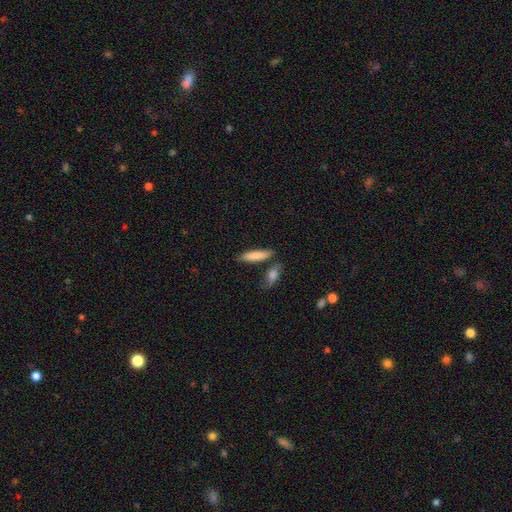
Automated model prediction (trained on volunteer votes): Overall: smooth (84%). How rounded: cigar-shaped (69%; in between 29%). Merging: none (72%).